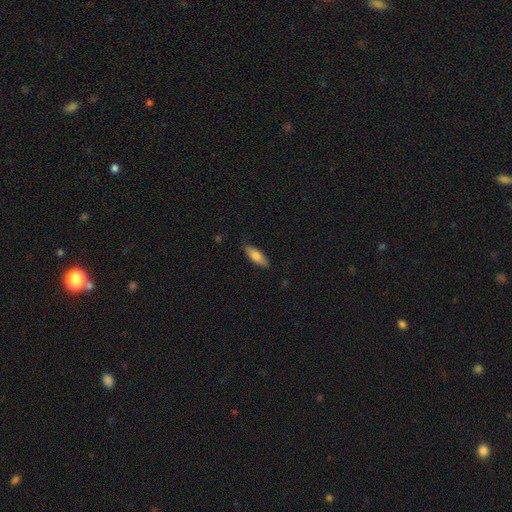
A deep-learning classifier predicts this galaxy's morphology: Smooth or featured? Predicted: smooth (p=0.75). How rounded? Predicted: in between (p=0.57). Merging? Predicted: none (p=0.77).